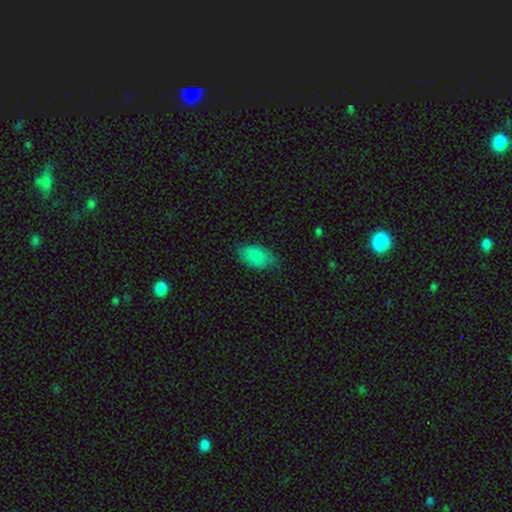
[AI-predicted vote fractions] smooth 79%, featured or disk 14%, star or artifact 7%. Down the decision tree: how rounded — in between (92%); merging — none (61%).